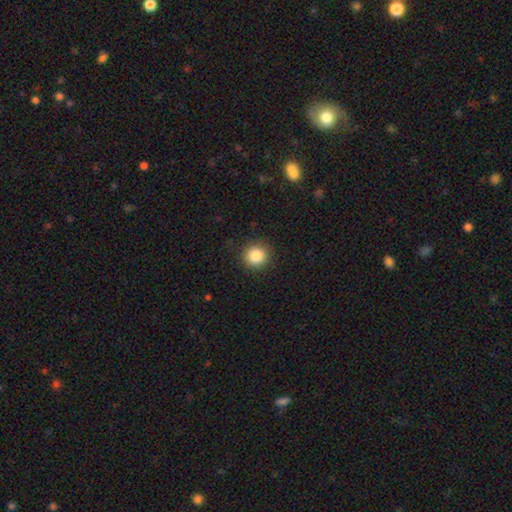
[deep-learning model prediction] Q: Smooth or featured?
A: smooth (86%); runner-up: star or artifact (10%)
Q: How rounded?
A: round (94%); runner-up: in between (5%)
Q: Merging?
A: none (91%); runner-up: minor disturbance (6%)